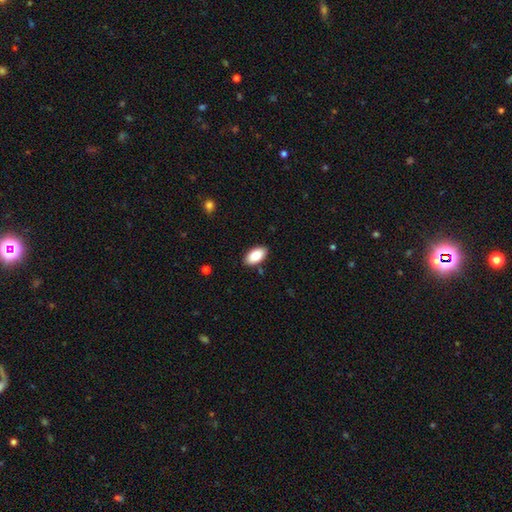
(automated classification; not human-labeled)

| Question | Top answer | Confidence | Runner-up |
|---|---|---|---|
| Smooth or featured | smooth | 87% | featured or disk (7%) |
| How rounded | in between | 95% | round (3%) |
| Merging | none | 87% | minor disturbance (9%) |